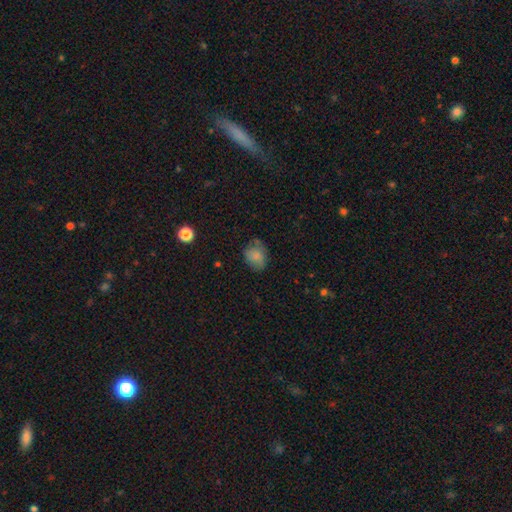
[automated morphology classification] smooth-or-featured: smooth: 79% | featured or disk: 12% | star or artifact: 9%
  how-rounded: in between: 54% | round: 44% | cigar-shaped: 1%
  merging: none: 62% | minor disturbance: 27% | major disturbance: 8% | merger: 2%